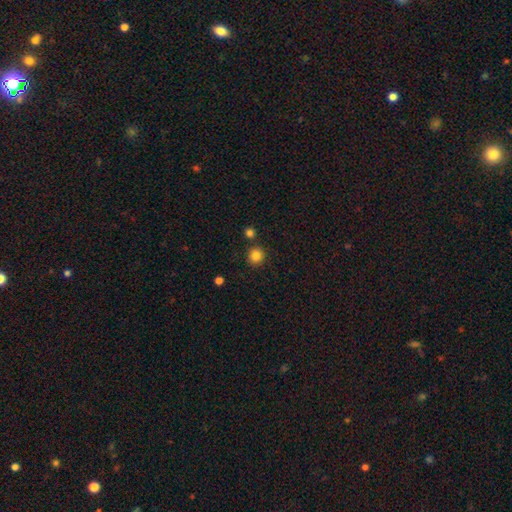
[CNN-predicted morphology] smooth_or_featured: smooth (p=0.84) [alt: star or artifact p=0.12]
how_rounded: round (p=0.92) [alt: in between p=0.07]
merging: none (p=0.85) [alt: minor disturbance p=0.07]